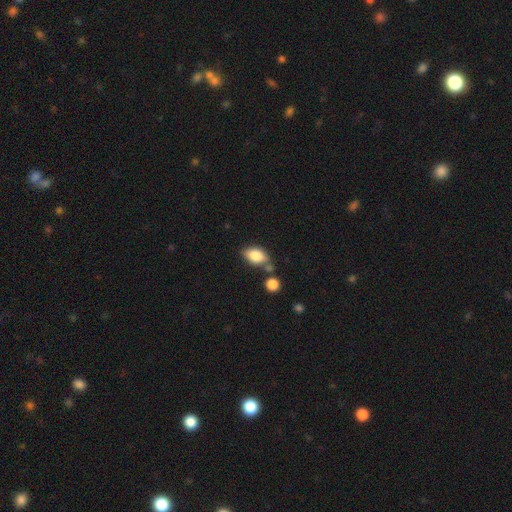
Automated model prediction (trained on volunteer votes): smooth_or_featured: smooth (p=0.82) [alt: featured or disk p=0.11]
how_rounded: in between (p=0.89) [alt: round p=0.09]
merging: none (p=0.63) [alt: minor disturbance p=0.18]